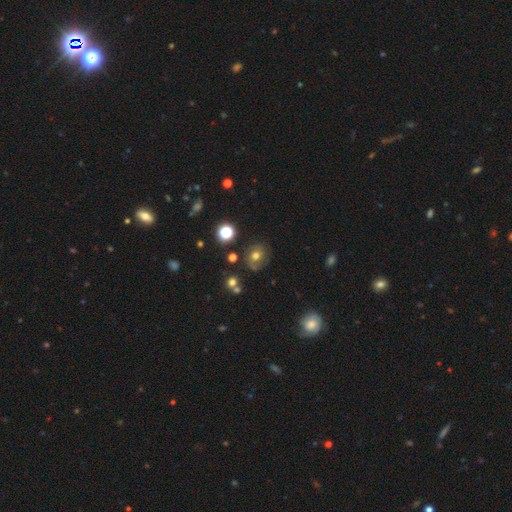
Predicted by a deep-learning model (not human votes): A smooth galaxy with no disk features (54%) that is round (71%). Merging: none (73%).